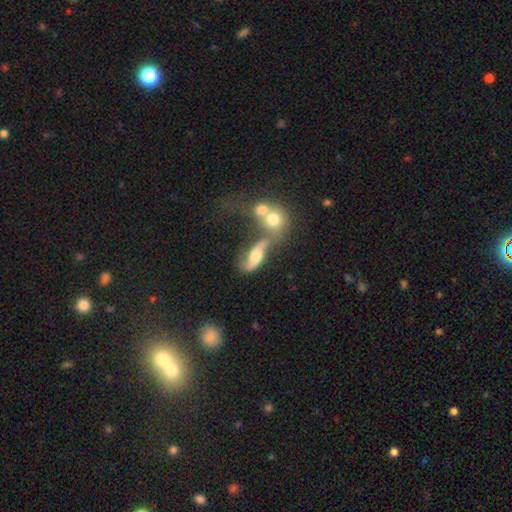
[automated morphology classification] smooth-or-featured: featured or disk: 59% | smooth: 32% | star or artifact: 9%
  disk-edge-on: no: 85% | yes: 15%
  merging: merger: 38% | none: 33% | minor disturbance: 15% | major disturbance: 14%